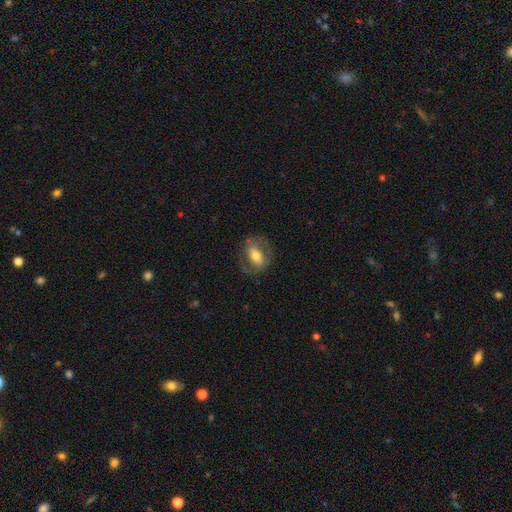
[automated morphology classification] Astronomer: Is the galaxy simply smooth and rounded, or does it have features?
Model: featured or disk — 51% (runner-up: smooth, 42%).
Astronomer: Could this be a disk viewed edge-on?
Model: no — 91%.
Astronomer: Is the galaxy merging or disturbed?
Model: none — 71%.